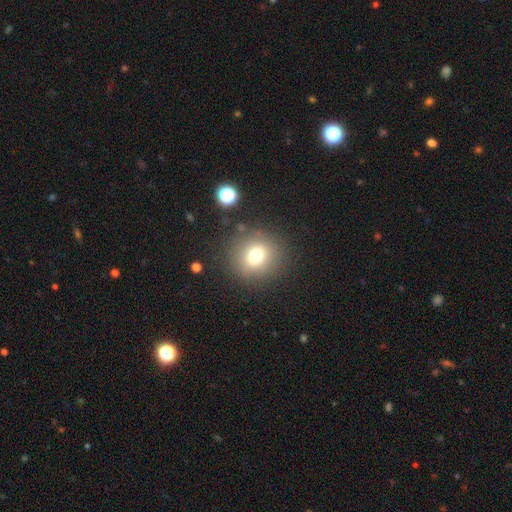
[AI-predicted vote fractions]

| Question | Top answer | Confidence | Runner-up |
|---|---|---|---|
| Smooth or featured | smooth | 73% | star or artifact (15%) |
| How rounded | round | 89% | in between (10%) |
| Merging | none | 84% | minor disturbance (9%) |